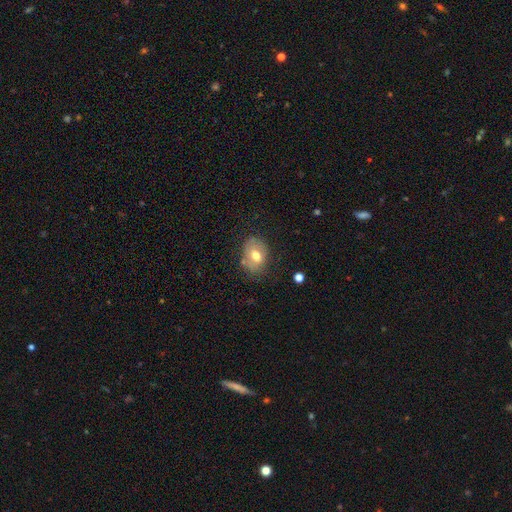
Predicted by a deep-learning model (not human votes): A smooth galaxy with no disk features (64%) that is in between round and cigar-shaped (72%). Merging: none (68%).